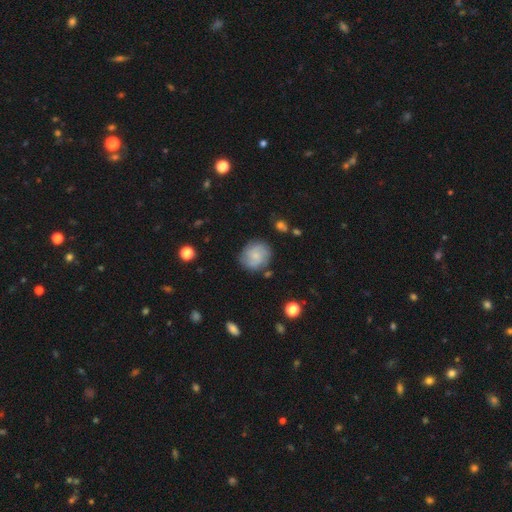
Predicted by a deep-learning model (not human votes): featured or disk 47%, smooth 45%, star or artifact 8%. Down the decision tree: merging — none (78%).